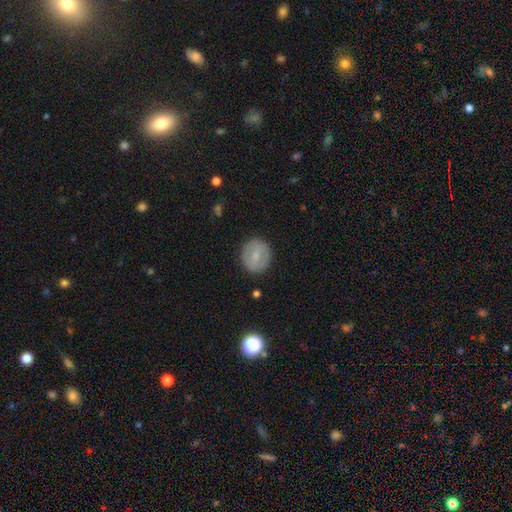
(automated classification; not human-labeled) smooth_or_featured: smooth (p=0.59) [alt: featured or disk p=0.33]
how_rounded: round (p=0.80) [alt: in between p=0.18]
merging: none (p=0.86) [alt: minor disturbance p=0.09]